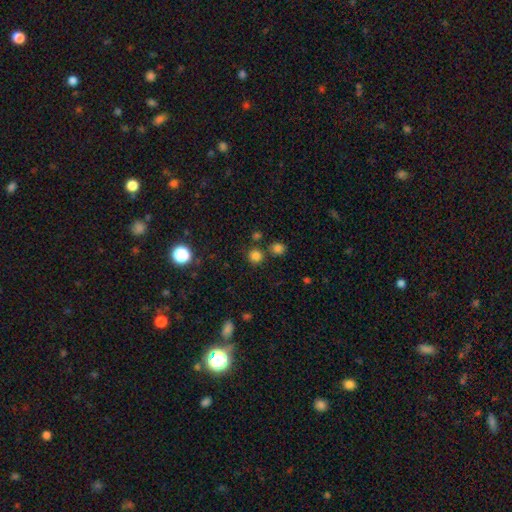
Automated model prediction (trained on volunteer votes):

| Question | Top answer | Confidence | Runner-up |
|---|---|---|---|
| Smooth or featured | smooth | 78% | star or artifact (18%) |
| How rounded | round | 92% | in between (7%) |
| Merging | none | 77% | merger (12%) |